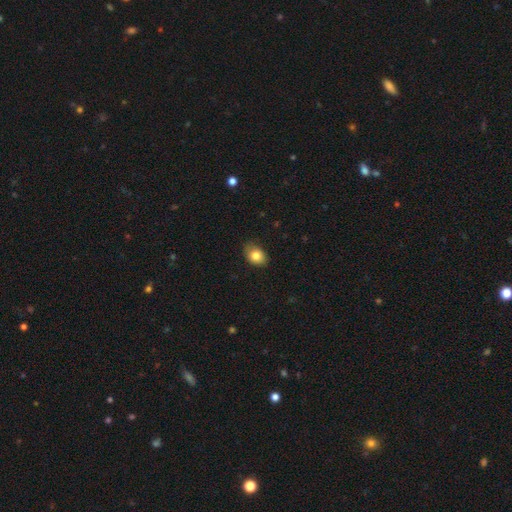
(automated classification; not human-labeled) smooth 82%, featured or disk 10%, star or artifact 9%. Down the decision tree: how rounded — in between (73%); merging — none (79%).